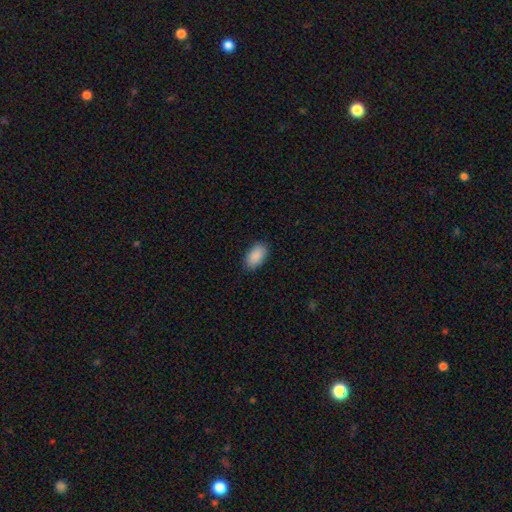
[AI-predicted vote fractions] Smooth or featured: smooth — 90% (star or artifact — 6%)
How rounded: in between — 95% (round — 4%)
Merging: none — 87% (minor disturbance — 10%)